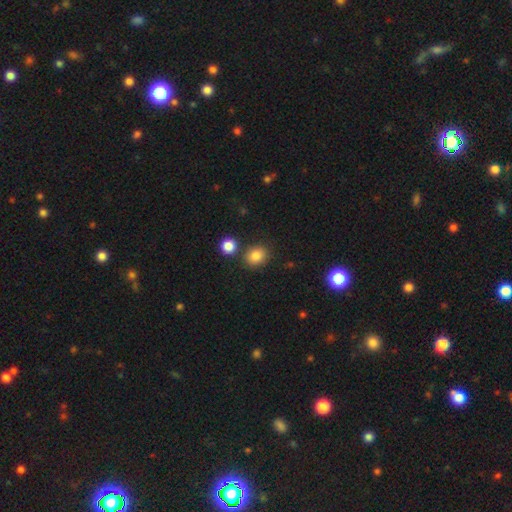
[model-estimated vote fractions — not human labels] A smooth galaxy with no disk features (84%) that is round (63%).

Vote fractions:
- Smooth or featured? smooth: 84% / star or artifact: 11% / featured or disk: 5%
- How rounded? round: 63% / in between: 36% / cigar-shaped: 1%
- Merging? none: 78% / minor disturbance: 10% / merger: 10% / major disturbance: 3%